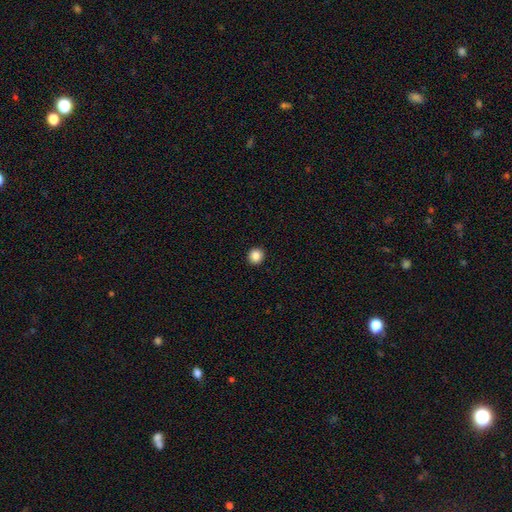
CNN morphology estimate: Smooth or featured? Predicted: smooth (p=0.87). How rounded? Predicted: round (p=0.92). Merging? Predicted: none (p=0.94).